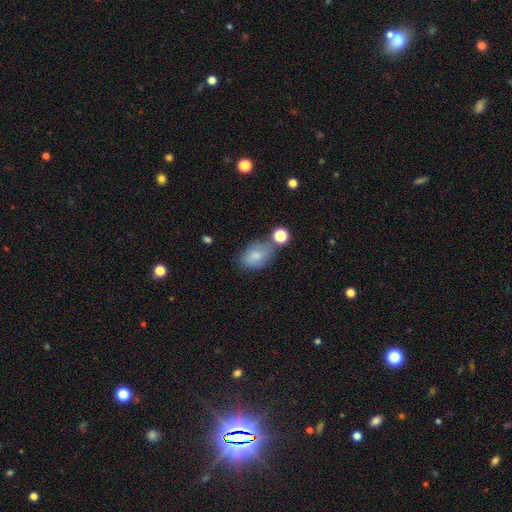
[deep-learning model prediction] Morphology: type=smooth (76%); roundness=in between (79%); merging=none (52%).